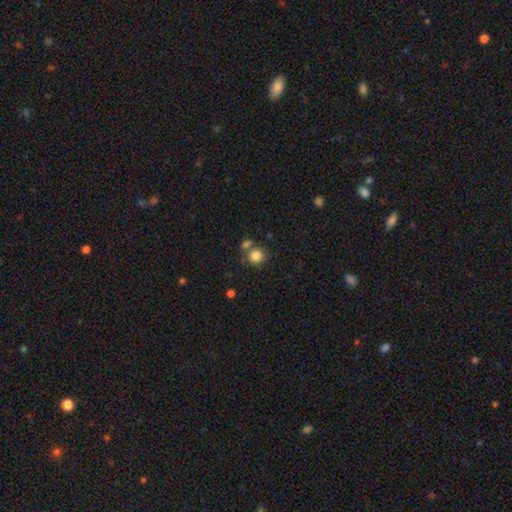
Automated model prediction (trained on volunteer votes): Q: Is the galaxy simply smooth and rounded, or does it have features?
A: smooth — 83%.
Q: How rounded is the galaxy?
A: round — 89%.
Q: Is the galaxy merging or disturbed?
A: none — 62%.